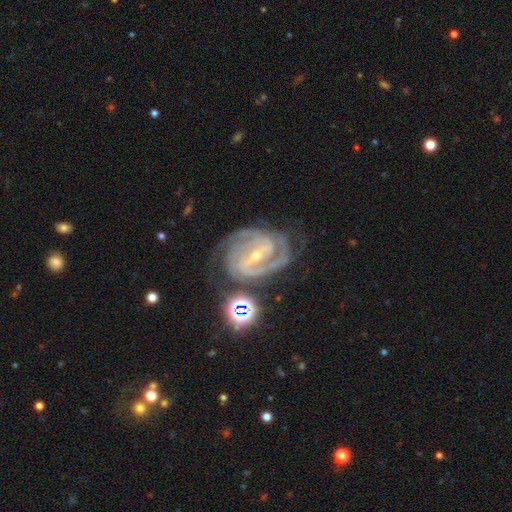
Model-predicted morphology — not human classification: A featured or disk galaxy (91%) with a strong bar (50%), 2 (46%) tight (60%) spiral arms (98%) and a small central bulge (73%).

Vote fractions:
- Smooth or featured? featured or disk: 91% / star or artifact: 6% / smooth: 3%
- Edge-on disk? no: 97% / yes: 3%
- Bar? strong: 50% / weak: 35% / no: 16%
- Spiral arms? yes: 98% / no: 2%
- Spiral winding? tight: 60% / medium: 35% / loose: 5%
- Spiral arm count? 2: 46% / 3: 25% / can't tell: 11% / 4: 10% / more than 4: 4% / 1: 4%
- Bulge size? small: 73% / moderate: 24% / none: 1% / large: 1% / dominant: 1%
- Merging? none: 69% / minor disturbance: 18% / major disturbance: 9% / merger: 4%